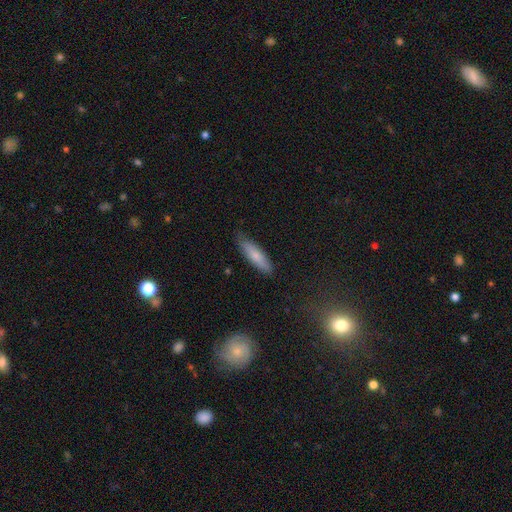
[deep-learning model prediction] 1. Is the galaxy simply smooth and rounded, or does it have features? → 76% smooth, 18% featured or disk, 6% star or artifact.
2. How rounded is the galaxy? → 70% cigar-shaped, 28% in between, 2% round.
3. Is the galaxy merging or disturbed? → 82% none, 14% minor disturbance, 2% major disturbance, 1% merger.